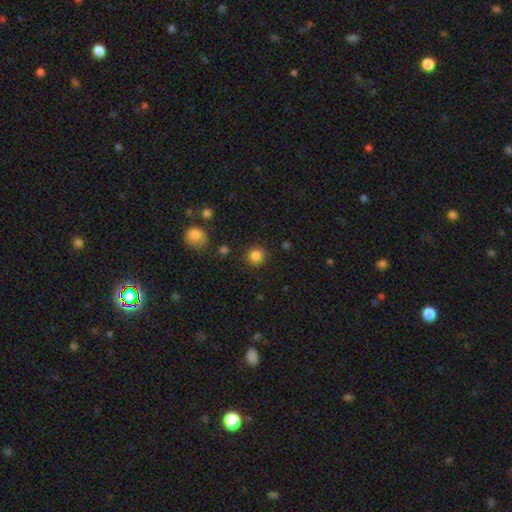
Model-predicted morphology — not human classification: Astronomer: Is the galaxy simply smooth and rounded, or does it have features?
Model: smooth — 85%.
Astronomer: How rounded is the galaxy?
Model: round — 89%.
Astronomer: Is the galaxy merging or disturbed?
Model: none — 87%.